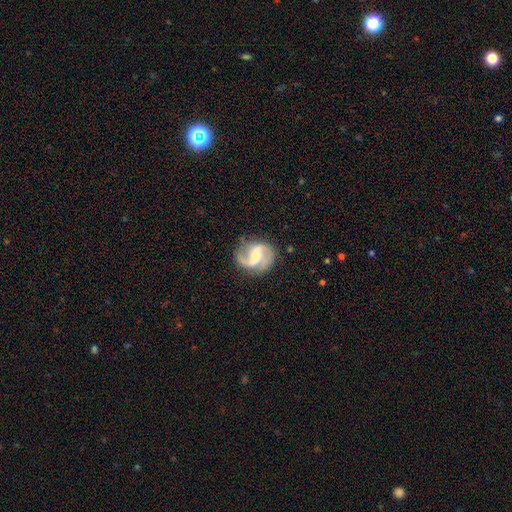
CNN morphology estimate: A featured or disk galaxy (88%) with a weak bar (51%), 2 (90%) medium (47%) spiral arms (97%) and a small central bulge (45%). Merging: none (75%).